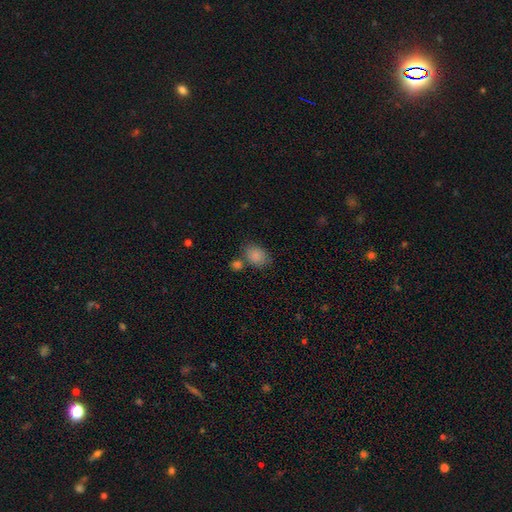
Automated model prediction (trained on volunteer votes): Smooth or featured? smooth (85%)
How rounded? in between (70%)
Merging? none (62%)